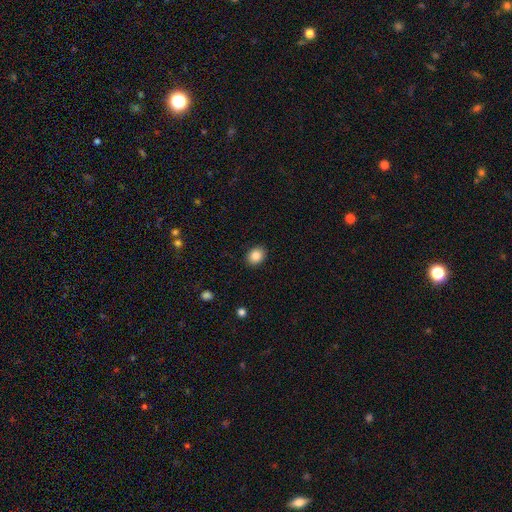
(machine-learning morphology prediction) This appears to be a smooth galaxy with no disk features (85%) that is in between round and cigar-shaped (55%). Merging: none (90%).